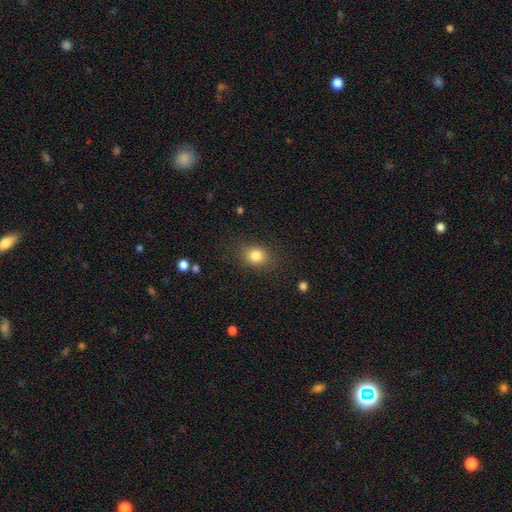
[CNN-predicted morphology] Smooth or featured? Predicted: smooth (p=0.83). How rounded? Predicted: in between (p=0.54). Merging? Predicted: none (p=0.83).